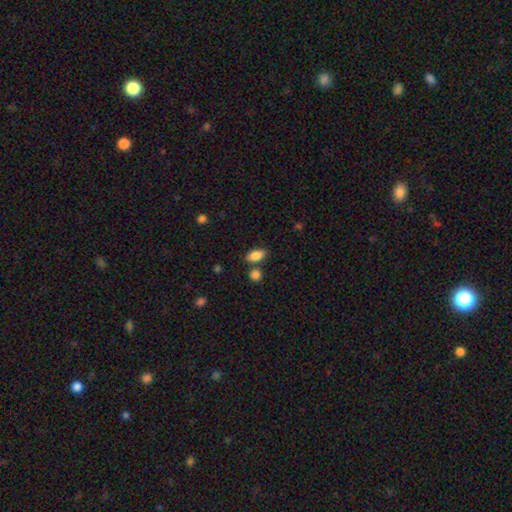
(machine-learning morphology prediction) smooth 86%, star or artifact 8%, featured or disk 7%. Down the decision tree: how rounded — in between (89%); merging — none (73%).